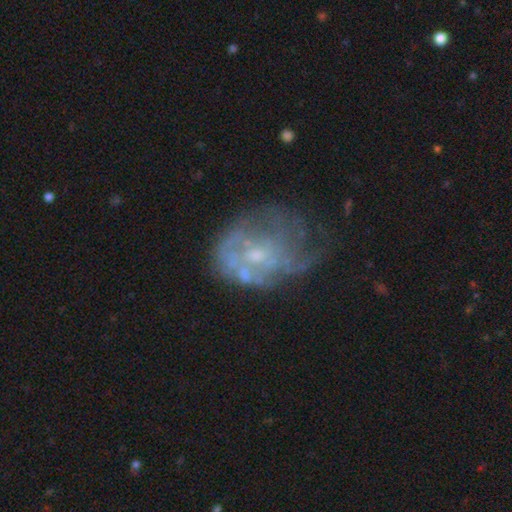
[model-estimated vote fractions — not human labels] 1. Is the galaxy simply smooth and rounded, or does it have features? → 68% featured or disk, 21% smooth, 11% star or artifact.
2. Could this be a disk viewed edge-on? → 98% no, 2% yes.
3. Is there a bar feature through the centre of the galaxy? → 78% no, 19% weak, 3% strong.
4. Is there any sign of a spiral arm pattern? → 58% no, 42% yes.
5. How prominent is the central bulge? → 57% small, 28% moderate, 13% none, 2% large, 1% dominant.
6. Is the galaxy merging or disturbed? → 36% none, 31% major disturbance, 25% minor disturbance, 7% merger.